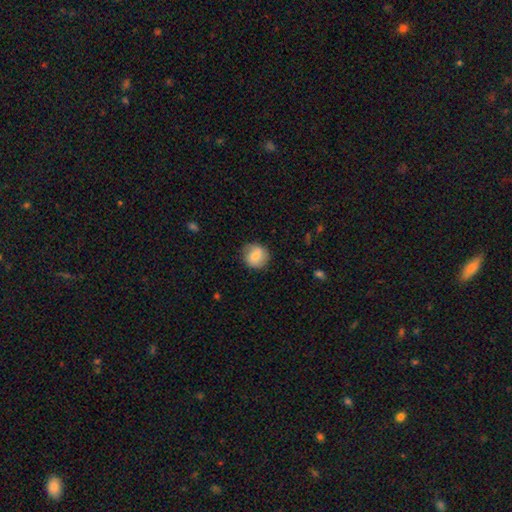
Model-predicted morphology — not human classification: Overall: smooth (76%). How rounded: round (90%). Merging: none (82%).